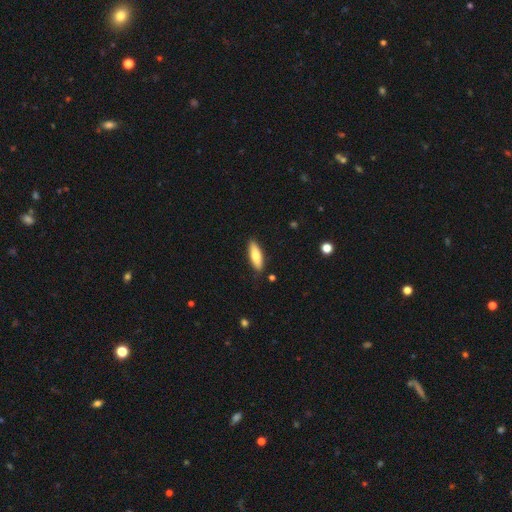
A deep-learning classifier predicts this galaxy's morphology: smooth-or-featured: smooth: 73% | featured or disk: 21% | star or artifact: 6%
  how-rounded: in between: 52% | cigar-shaped: 46% | round: 2%
  merging: none: 87% | minor disturbance: 10% | major disturbance: 2% | merger: 1%